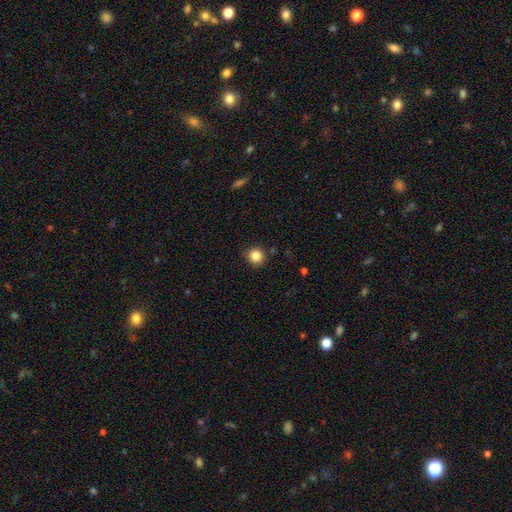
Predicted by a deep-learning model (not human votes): smooth 85%, star or artifact 11%, featured or disk 4%. Down the decision tree: how rounded — round (92%); merging — none (88%).